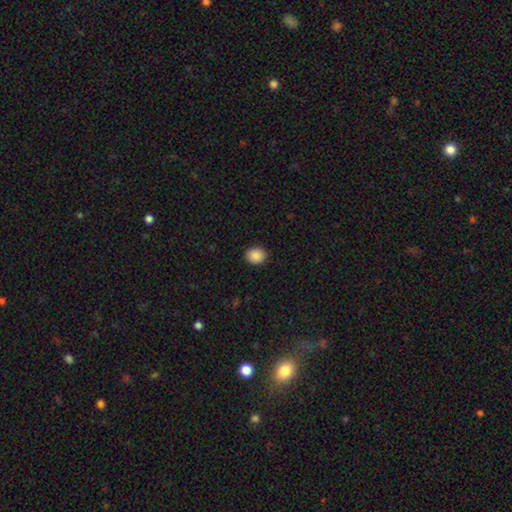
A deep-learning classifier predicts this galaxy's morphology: smooth_or_featured: smooth (p=0.89) [alt: star or artifact p=0.09]
how_rounded: round (p=0.71) [alt: in between p=0.28]
merging: none (p=0.91) [alt: minor disturbance p=0.07]